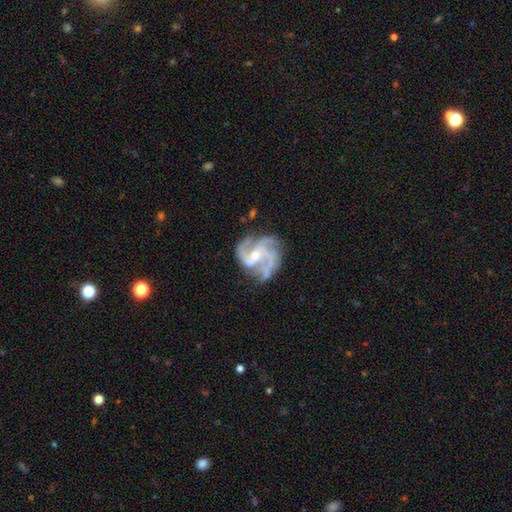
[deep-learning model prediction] Smooth or featured? featured or disk (90%)
Edge-on disk? no (98%)
Bar? no (52%)
Spiral arms? yes (97%)
Spiral winding? medium (55%)
Spiral arm count? 3 (49%)
Bulge size? small (49%)
Merging? none (64%)